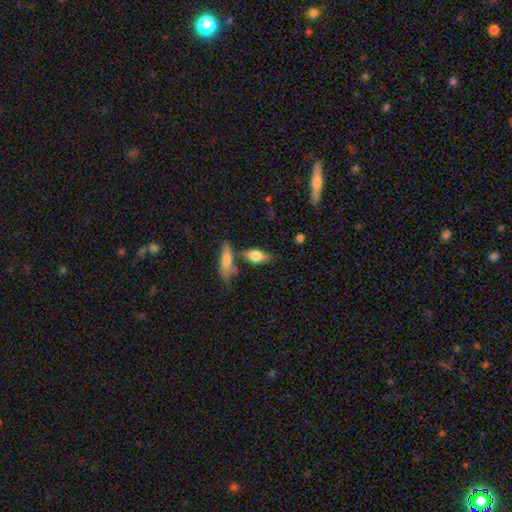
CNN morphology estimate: Q: Smooth or featured?
A: smooth (57%); runner-up: featured or disk (36%)
Q: How rounded?
A: in between (63%); runner-up: cigar-shaped (32%)
Q: Merging?
A: none (62%); runner-up: merger (18%)